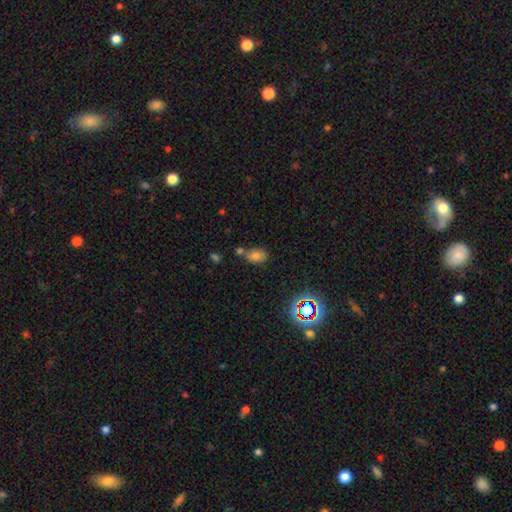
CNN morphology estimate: Smooth or featured?
  - smooth: 73% *
  - star or artifact: 18%
  - featured or disk: 10%
How rounded?
  - in between: 80% *
  - round: 19%
  - cigar-shaped: 2%
Merging?
  - none: 51% *
  - merger: 26%
  - minor disturbance: 17%
  - major disturbance: 5%